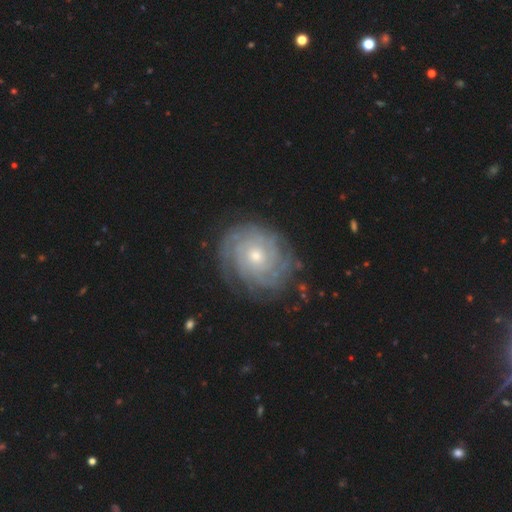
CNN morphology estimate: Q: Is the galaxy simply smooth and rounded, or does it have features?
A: featured or disk — 86%.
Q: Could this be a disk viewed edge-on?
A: no — 97%.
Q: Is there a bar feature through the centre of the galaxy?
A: no — 80%.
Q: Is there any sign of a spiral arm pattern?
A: yes — 97%.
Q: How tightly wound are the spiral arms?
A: tight — 83%.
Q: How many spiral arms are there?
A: can't tell — 34%.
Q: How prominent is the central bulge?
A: small — 56%.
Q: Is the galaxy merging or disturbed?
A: none — 79%.